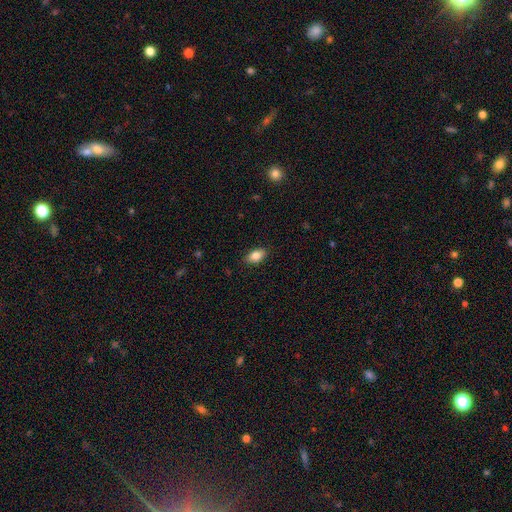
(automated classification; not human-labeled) Q: Smooth or featured?
A: smooth (84%); runner-up: featured or disk (8%)
Q: How rounded?
A: in between (90%); runner-up: round (7%)
Q: Merging?
A: none (87%); runner-up: minor disturbance (10%)